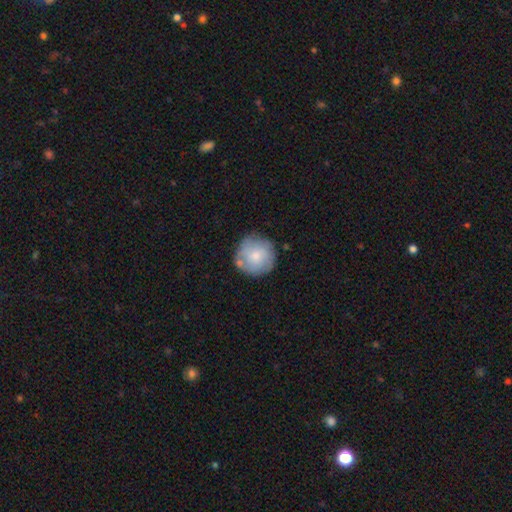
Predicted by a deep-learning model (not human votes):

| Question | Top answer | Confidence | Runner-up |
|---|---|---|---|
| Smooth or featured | smooth | 62% | featured or disk (32%) |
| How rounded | round | 94% | in between (5%) |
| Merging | none | 72% | minor disturbance (18%) |